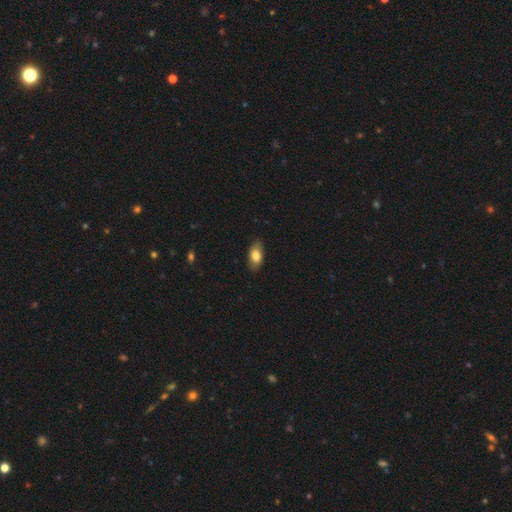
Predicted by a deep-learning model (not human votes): This is likely a smooth galaxy (80%). How rounded: clearly in between (92%). Merging: clearly none (84%).